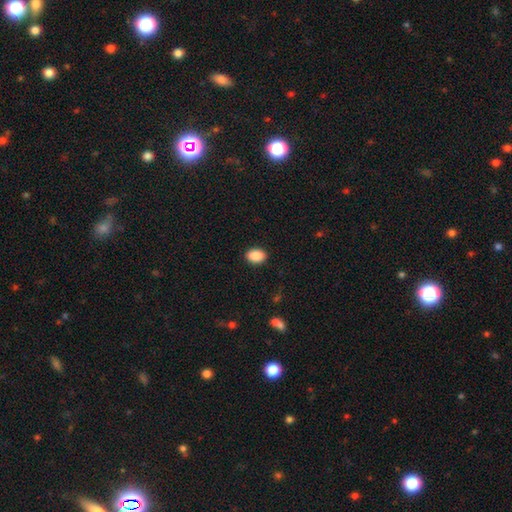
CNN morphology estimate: Overall: smooth (89%). How rounded: in between (79%). Merging: none (90%).